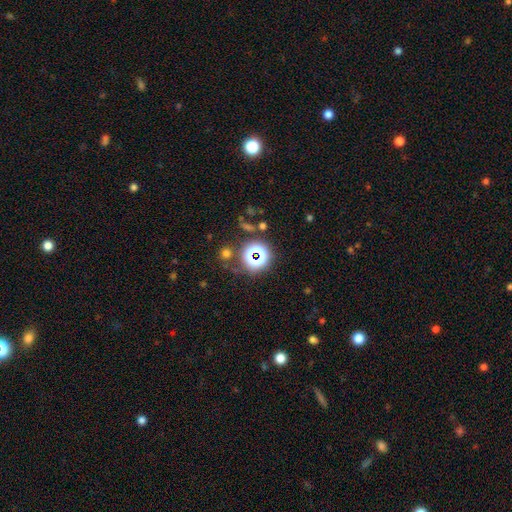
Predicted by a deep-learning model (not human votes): A star or artifact, not a galaxy (54%).

Vote fractions:
- Smooth or featured? star or artifact: 54% / smooth: 36% / featured or disk: 10%